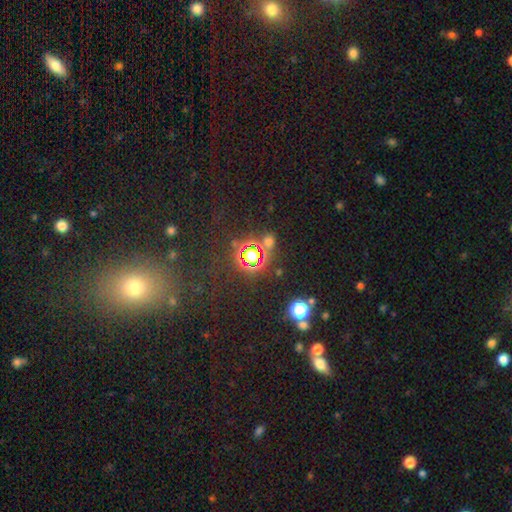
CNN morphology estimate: star or artifact 63%, smooth 28%, featured or disk 9%.